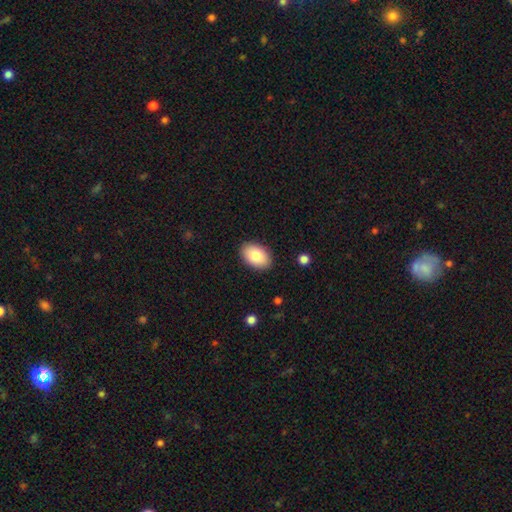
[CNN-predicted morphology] Q: Smooth or featured?
A: smooth (83%); runner-up: featured or disk (10%)
Q: How rounded?
A: in between (89%); runner-up: round (10%)
Q: Merging?
A: none (89%); runner-up: minor disturbance (8%)